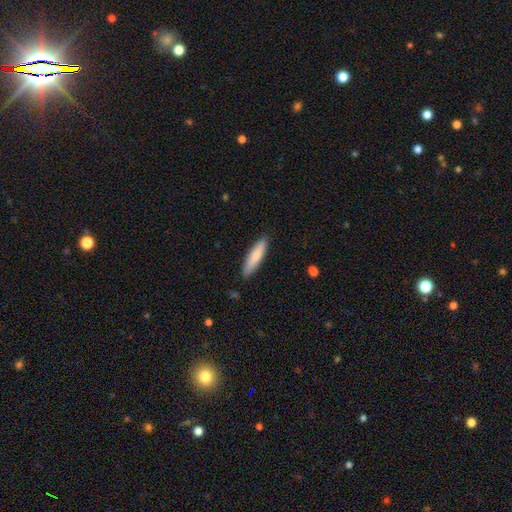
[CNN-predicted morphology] smooth 80%, featured or disk 15%, star or artifact 5%. Down the decision tree: how rounded — cigar-shaped (75%); merging — none (88%).